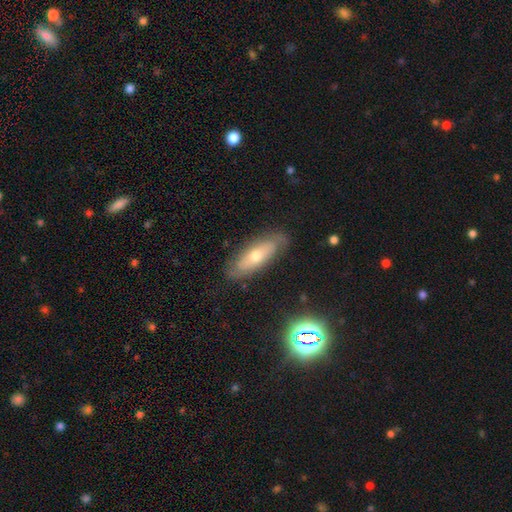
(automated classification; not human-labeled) Q: Smooth or featured?
A: featured or disk (47%); runner-up: smooth (44%)
Q: Merging?
A: none (81%); runner-up: minor disturbance (14%)